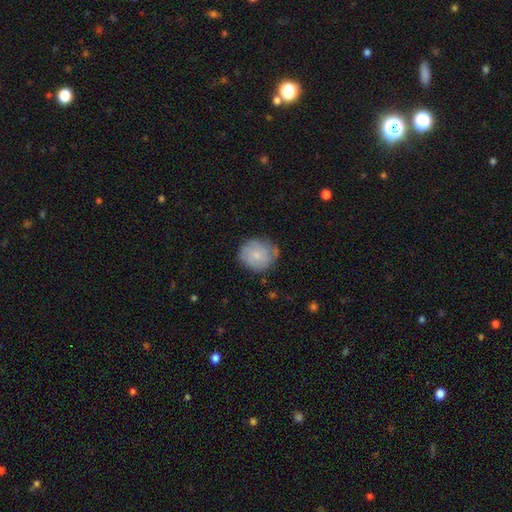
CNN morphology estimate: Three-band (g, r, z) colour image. It shows a smooth galaxy with no disk features (63%) that is round (78%). Merging: none (67%).